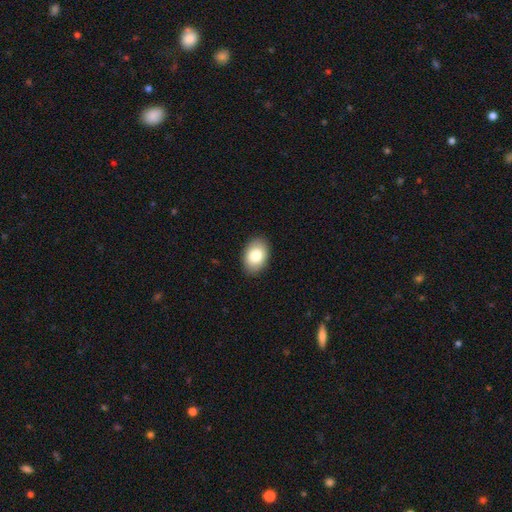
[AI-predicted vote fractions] The model was most divided on "how rounded": in between: 84%, round: 15%, cigar-shaped: 1%. More confident: merging — none (89%); smooth or featured — smooth (84%).